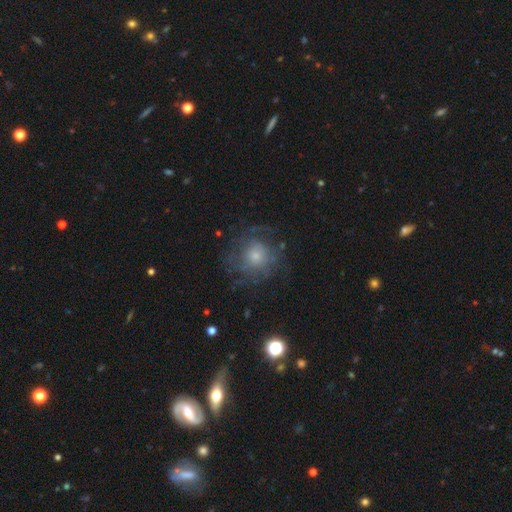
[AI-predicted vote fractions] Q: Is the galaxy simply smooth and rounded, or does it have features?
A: featured or disk — 48%.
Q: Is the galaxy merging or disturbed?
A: none — 71%.